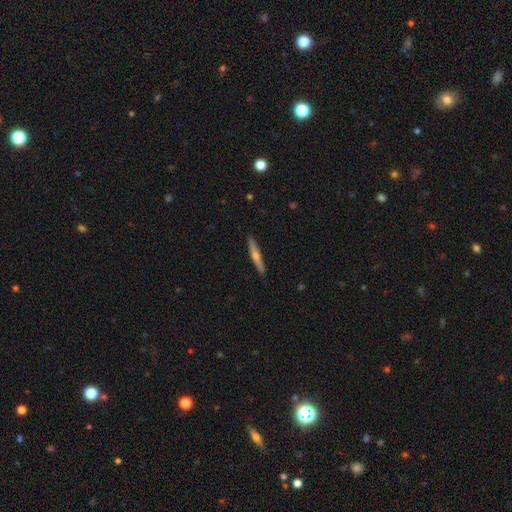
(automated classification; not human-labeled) Smooth or featured: featured or disk — 62% (smooth — 32%)
Edge-on disk: yes — 96% (no — 4%)
Edge-on bulge: rounded — 84% (none — 13%)
Merging: none — 91% (minor disturbance — 7%)